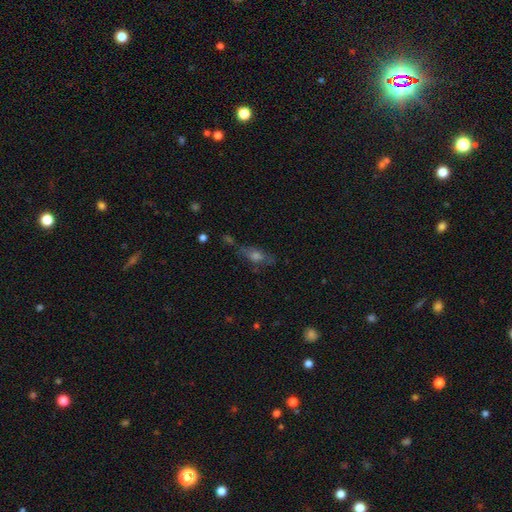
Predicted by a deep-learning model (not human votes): Overall: smooth (40%; featured or disk 39%). Merging: none (64%).